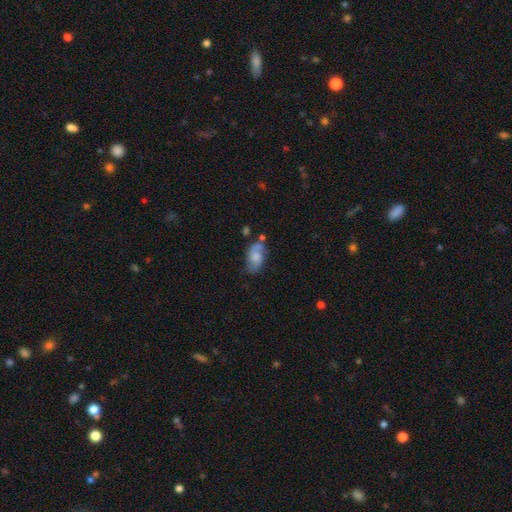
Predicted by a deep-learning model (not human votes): The model was most divided on "smooth or featured": smooth: 55%, featured or disk: 36%, star or artifact: 9%. More confident: how rounded — in between (91%); merging — none (53%).